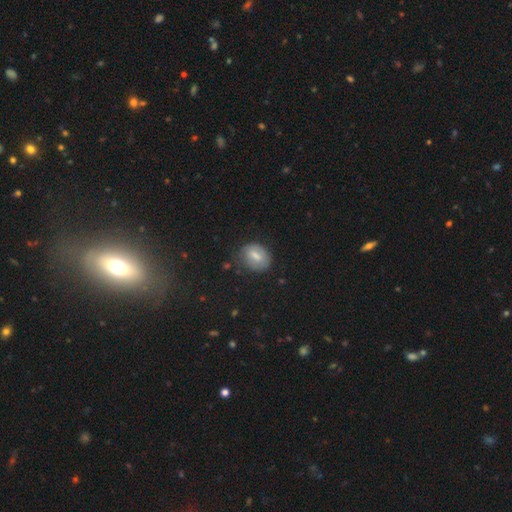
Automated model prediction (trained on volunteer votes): Q: Smooth or featured?
A: smooth (70%); runner-up: featured or disk (20%)
Q: How rounded?
A: in between (62%); runner-up: round (36%)
Q: Merging?
A: none (69%); runner-up: minor disturbance (22%)